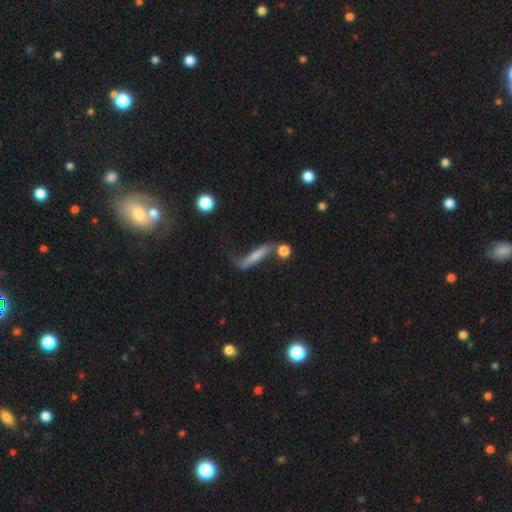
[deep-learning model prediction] Morphology: type=featured or disk (65%); edge-on=yes (65%); merging=none (51%).